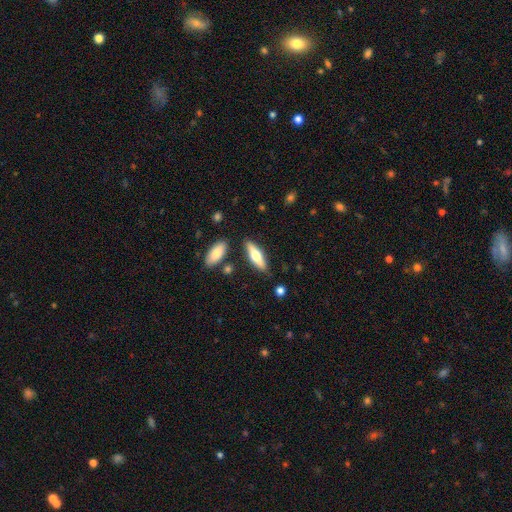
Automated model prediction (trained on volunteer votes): The model was most divided on "smooth or featured": smooth: 52%, featured or disk: 42%, star or artifact: 6%. More confident: merging — none (81%); how rounded — cigar-shaped (59%).